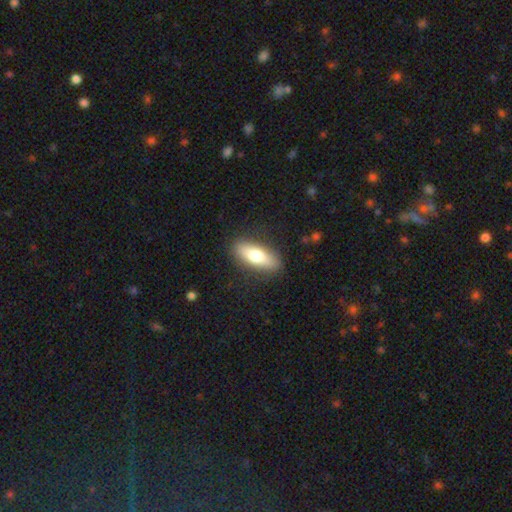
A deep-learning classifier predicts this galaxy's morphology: This is likely a smooth galaxy (70%). How rounded: likely in between (63%). Merging: clearly none (87%).